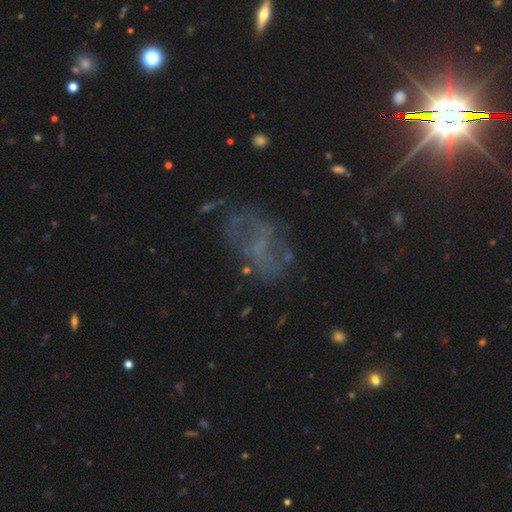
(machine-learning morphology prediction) A featured or disk galaxy (58%) with no bar (59%), spiral arms (51%) and no central bulge (57%). Merging: none (55%).